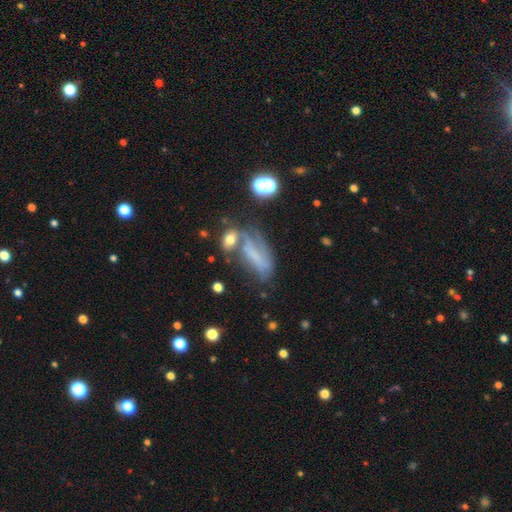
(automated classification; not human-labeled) Smooth or featured? Predicted: smooth (p=0.44). Merging? Predicted: none (p=0.29).